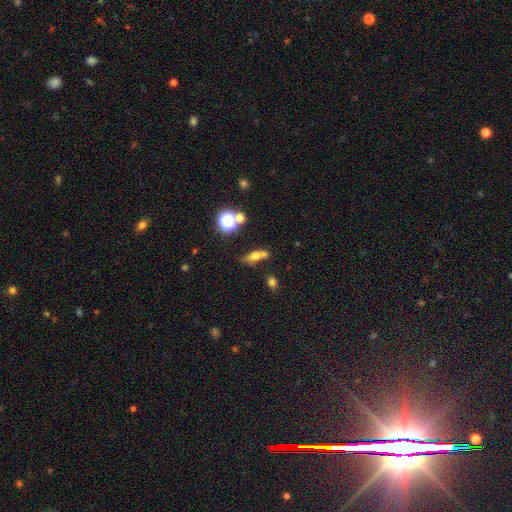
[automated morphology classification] A smooth galaxy with no disk features (57%) that is in between round and cigar-shaped (51%). Merging: none (49%).